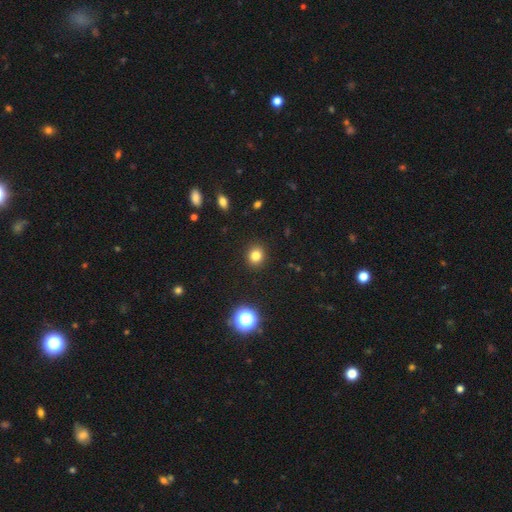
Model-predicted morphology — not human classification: Smooth or featured? Predicted: smooth (p=0.81). How rounded? Predicted: round (p=0.81). Merging? Predicted: none (p=0.91).